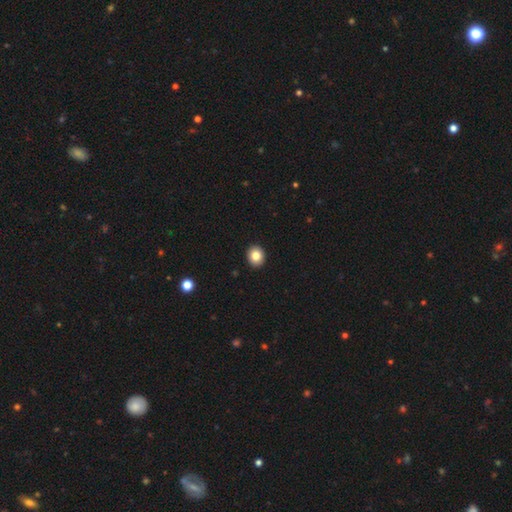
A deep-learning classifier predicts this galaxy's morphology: Overall: smooth (84%). How rounded: round (74%). Merging: none (93%).